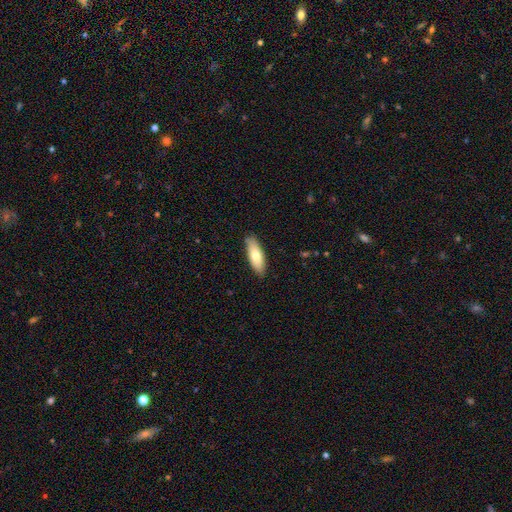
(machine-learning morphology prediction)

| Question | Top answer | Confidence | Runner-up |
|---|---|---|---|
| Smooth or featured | smooth | 73% | featured or disk (21%) |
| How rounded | in between | 60% | cigar-shaped (38%) |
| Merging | none | 87% | minor disturbance (10%) |